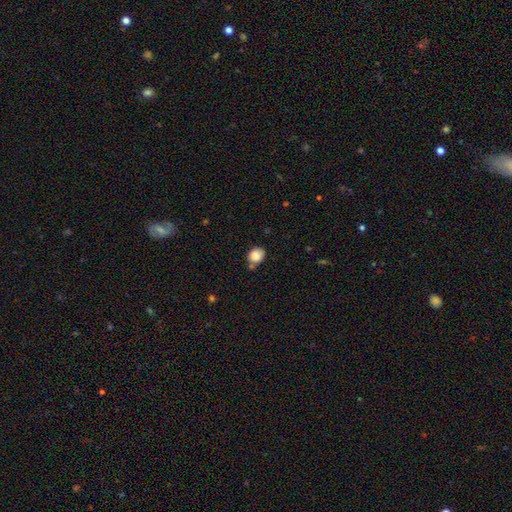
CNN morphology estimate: The model was most divided on "how rounded": round: 68%, in between: 32%, cigar-shaped: 1%. More confident: smooth or featured — smooth (86%); merging — none (66%).